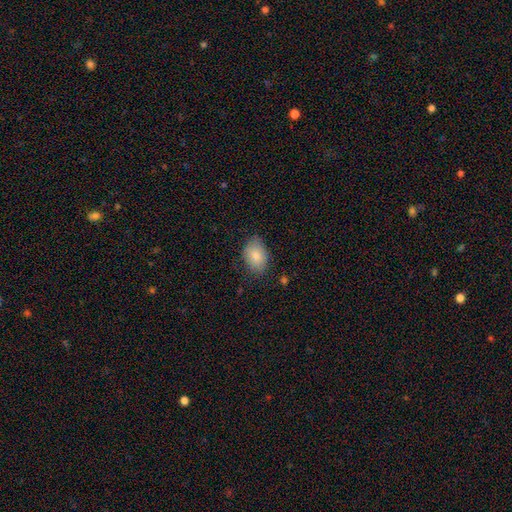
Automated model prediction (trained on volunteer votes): Smooth or featured?
  - smooth: 83% *
  - featured or disk: 10%
  - star or artifact: 7%
How rounded?
  - in between: 83% *
  - round: 16%
  - cigar-shaped: 1%
Merging?
  - none: 76% *
  - minor disturbance: 19%
  - major disturbance: 4%
  - merger: 1%